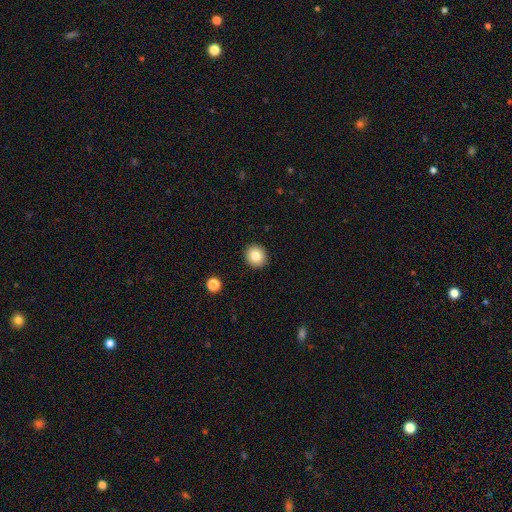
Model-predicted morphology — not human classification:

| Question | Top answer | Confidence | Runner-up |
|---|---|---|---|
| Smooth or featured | smooth | 83% | star or artifact (10%) |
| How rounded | round | 87% | in between (12%) |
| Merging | none | 92% | minor disturbance (5%) |